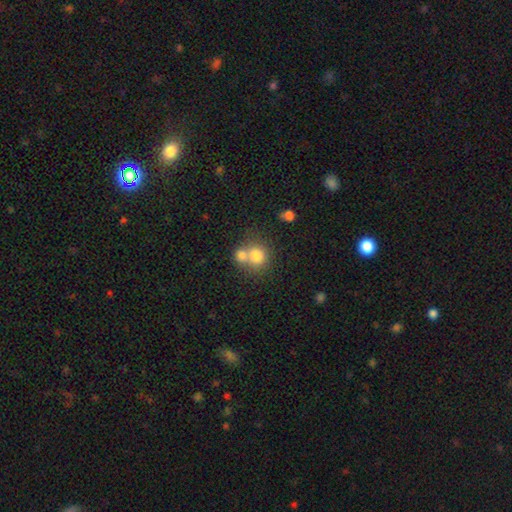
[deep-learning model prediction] Q: Smooth or featured?
A: smooth (76%); runner-up: featured or disk (13%)
Q: How rounded?
A: round (84%); runner-up: in between (15%)
Q: Merging?
A: merger (51%); runner-up: none (39%)